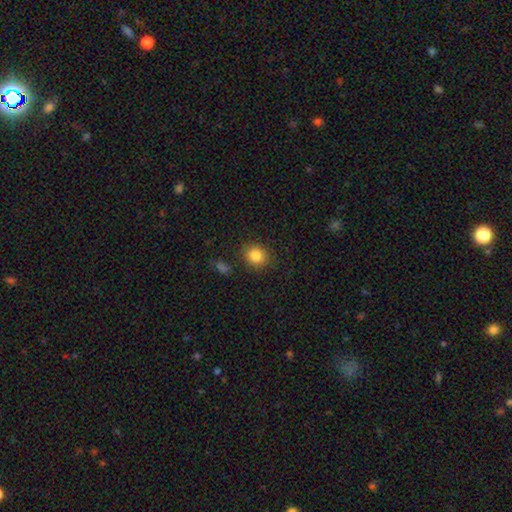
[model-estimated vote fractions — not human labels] Smooth or featured? Predicted: smooth (p=0.85). How rounded? Predicted: round (p=0.74). Merging? Predicted: none (p=0.85).